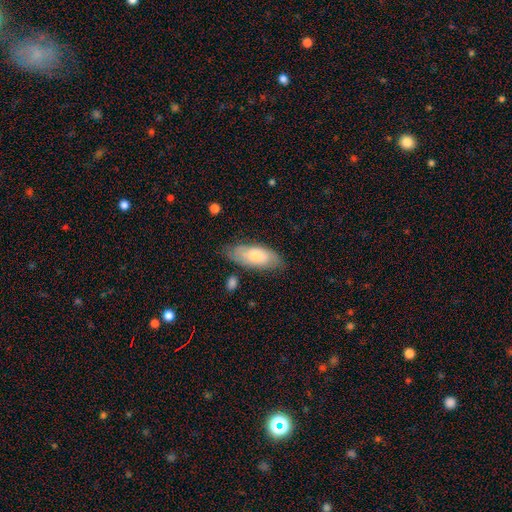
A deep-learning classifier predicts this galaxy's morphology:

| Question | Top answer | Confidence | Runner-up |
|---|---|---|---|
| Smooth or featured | smooth | 63% | featured or disk (31%) |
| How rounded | in between | 84% | cigar-shaped (13%) |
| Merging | none | 71% | minor disturbance (21%) |